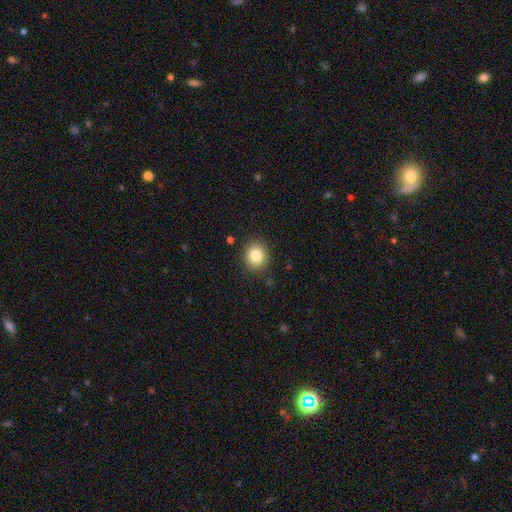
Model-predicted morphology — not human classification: This appears to be a smooth galaxy with no disk features (82%) that is round (78%). Merging: none (88%).